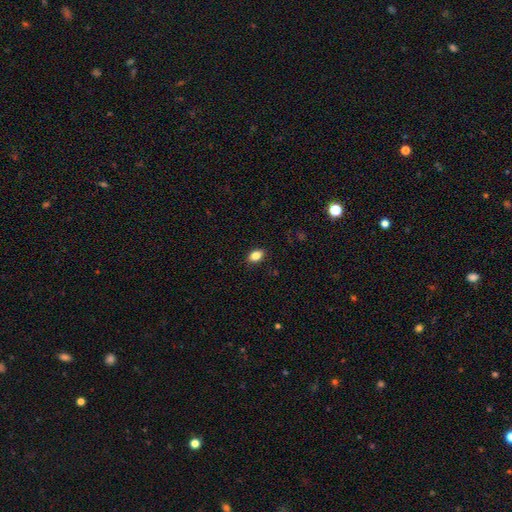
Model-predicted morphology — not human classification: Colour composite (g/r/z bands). It shows a smooth galaxy with no disk features (85%) that is in between round and cigar-shaped (84%). Merging: none (88%).